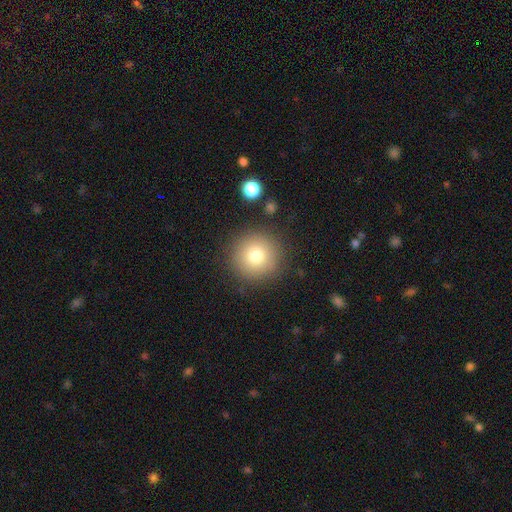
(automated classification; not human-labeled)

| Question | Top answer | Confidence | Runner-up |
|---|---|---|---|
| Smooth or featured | smooth | 77% | star or artifact (12%) |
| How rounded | round | 95% | in between (4%) |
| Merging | none | 87% | minor disturbance (7%) |